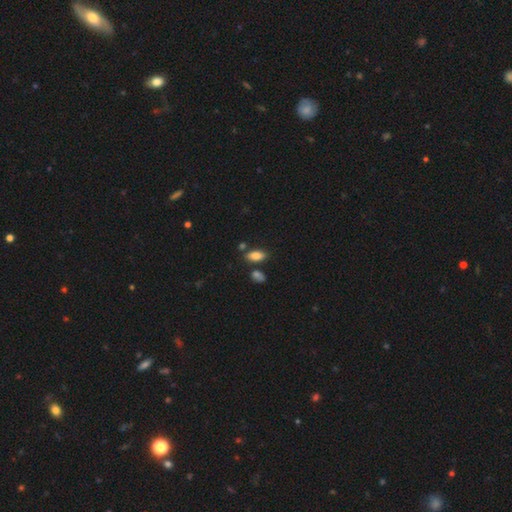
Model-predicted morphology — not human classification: smooth_or_featured: smooth (p=0.84) [alt: star or artifact p=0.08]
how_rounded: in between (p=0.88) [alt: cigar-shaped p=0.08]
merging: none (p=0.75) [alt: minor disturbance p=0.13]